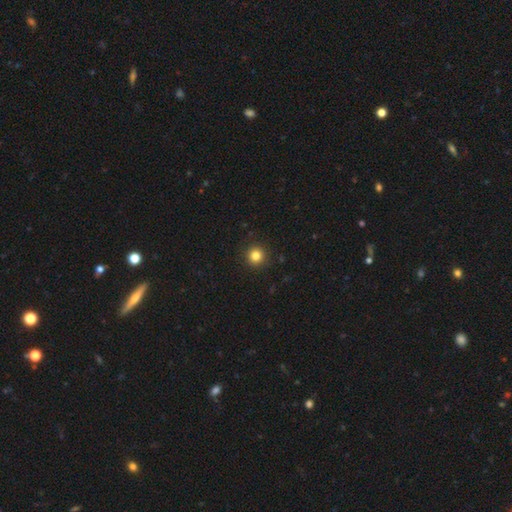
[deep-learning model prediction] Smooth or featured?
  - smooth: 83% *
  - star or artifact: 12%
  - featured or disk: 5%
How rounded?
  - round: 95% *
  - in between: 4%
  - cigar-shaped: 1%
Merging?
  - none: 92% *
  - minor disturbance: 5%
  - major disturbance: 2%
  - merger: 1%